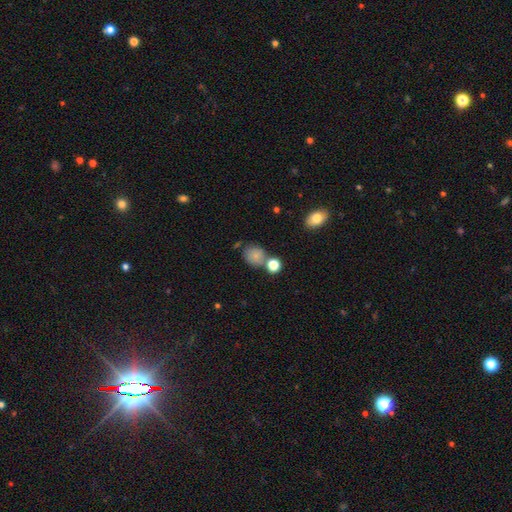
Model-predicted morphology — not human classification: smooth 79%, star or artifact 12%, featured or disk 8%. Down the decision tree: how rounded — round (75%); merging — none (63%).